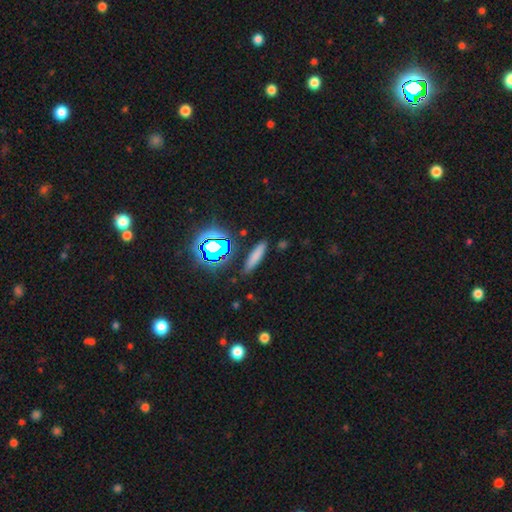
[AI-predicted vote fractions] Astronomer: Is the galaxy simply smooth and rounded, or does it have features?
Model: smooth — 70%.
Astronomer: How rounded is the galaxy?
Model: cigar-shaped — 78%.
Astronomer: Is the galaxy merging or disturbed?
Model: none — 86%.